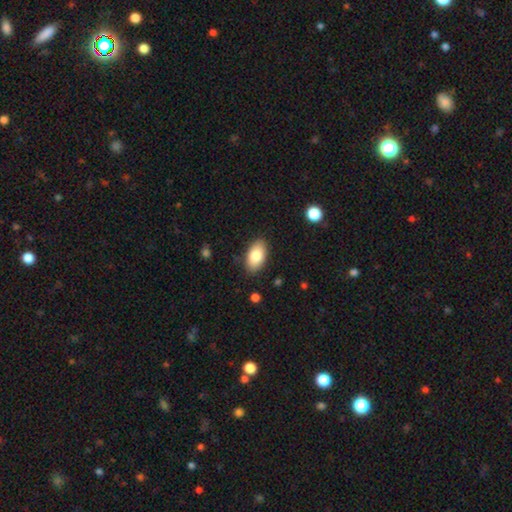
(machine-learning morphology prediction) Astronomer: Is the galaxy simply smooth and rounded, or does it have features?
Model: smooth — 82%.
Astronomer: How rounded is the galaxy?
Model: in between — 94%.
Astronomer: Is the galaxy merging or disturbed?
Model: none — 86%.